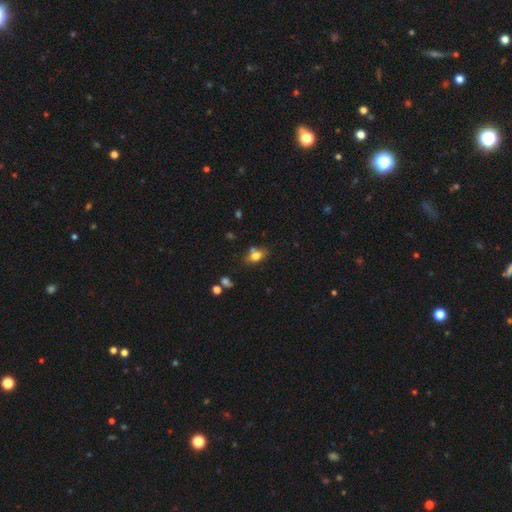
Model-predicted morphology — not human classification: Overall: smooth (75%). How rounded: in between (74%). Merging: none (59%; minor disturbance 20%).